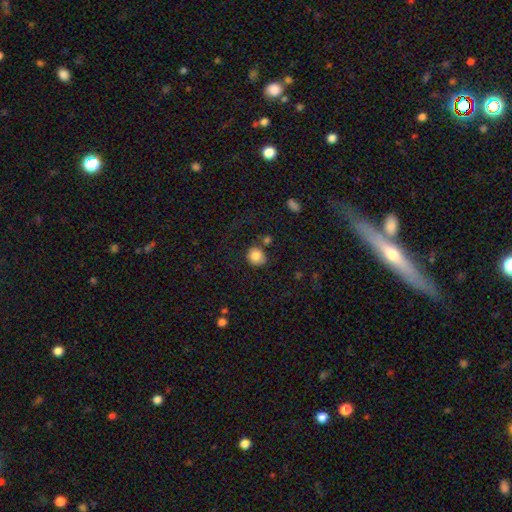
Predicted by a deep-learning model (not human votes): Morphology: type=smooth (84%); roundness=round (83%); merging=none (72%).